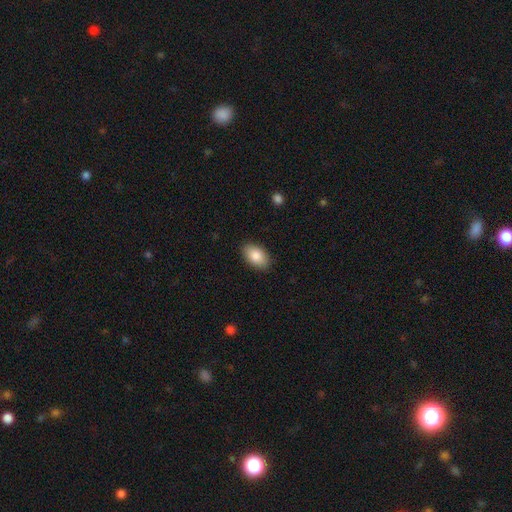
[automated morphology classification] A smooth galaxy with no disk features (86%) that is in between round and cigar-shaped (93%). Merging: none (88%).